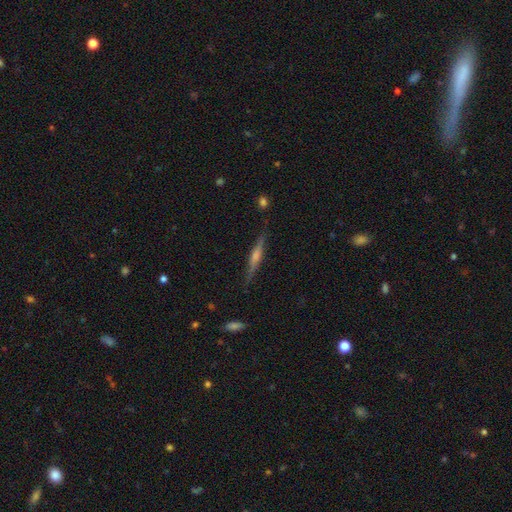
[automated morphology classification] type=featured or disk (72%); edge-on=yes (98%); edge-on bulge=rounded (66%); merging=none (87%).